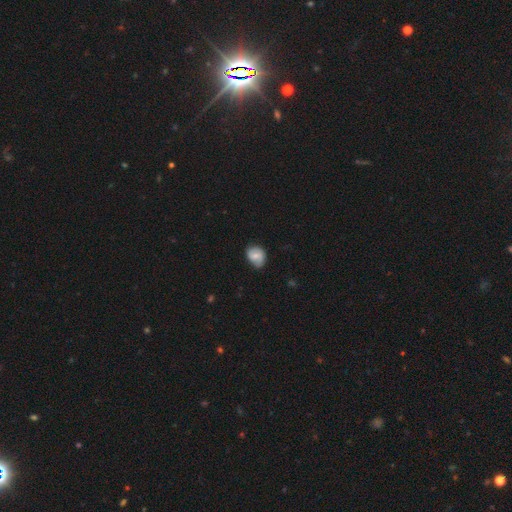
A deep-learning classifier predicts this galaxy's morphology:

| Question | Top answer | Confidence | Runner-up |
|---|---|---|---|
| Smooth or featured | smooth | 61% | featured or disk (32%) |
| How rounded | round | 50% | in between (49%) |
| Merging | none | 65% | minor disturbance (28%) |